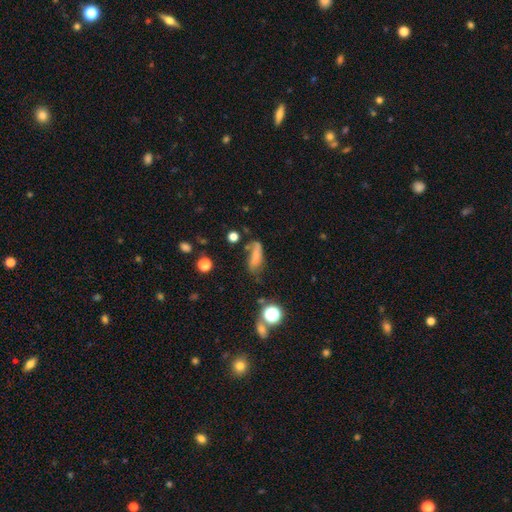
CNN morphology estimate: Overall: smooth (60%; featured or disk 24%). How rounded: in between (63%; cigar-shaped 30%). Merging: none (36%; minor disturbance 28%).